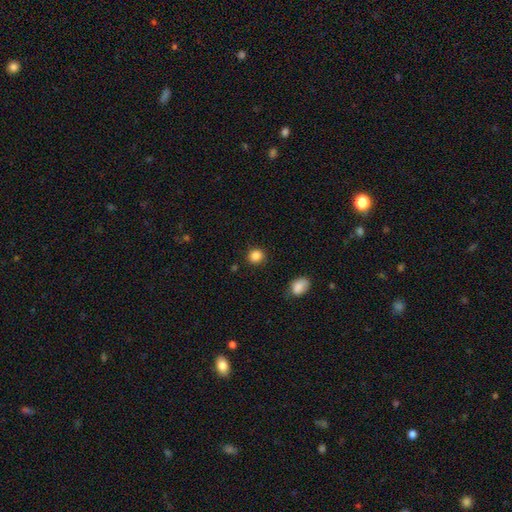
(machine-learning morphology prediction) The model was most divided on "smooth or featured": smooth: 86%, star or artifact: 10%, featured or disk: 3%. More confident: how rounded — round (88%); merging — none (88%).